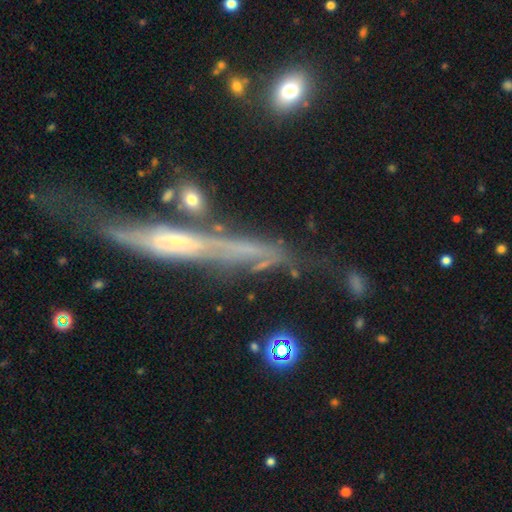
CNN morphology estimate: This appears to be a featured or disk galaxy (72%) viewed edge-on (80%) with no central bulge (60%). Merging: none (53%).